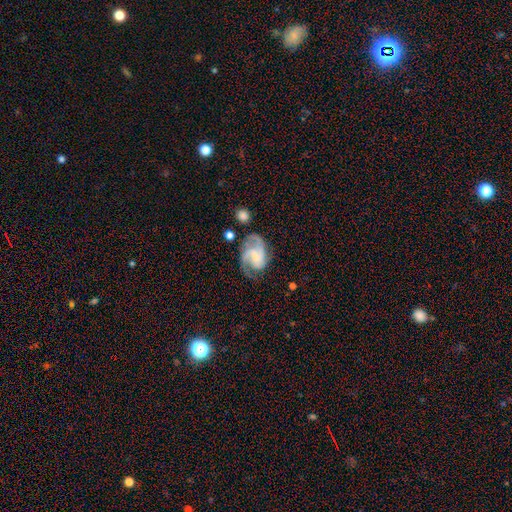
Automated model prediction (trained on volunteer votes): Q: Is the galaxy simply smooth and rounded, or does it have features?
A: featured or disk — 79%.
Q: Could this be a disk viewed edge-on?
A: no — 98%.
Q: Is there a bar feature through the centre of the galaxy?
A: no — 46%.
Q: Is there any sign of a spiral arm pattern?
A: yes — 94%.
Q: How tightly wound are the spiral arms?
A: medium — 48%.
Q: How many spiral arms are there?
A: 2 — 46%.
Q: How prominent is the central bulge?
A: small — 38%.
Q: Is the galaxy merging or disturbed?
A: none — 55%.